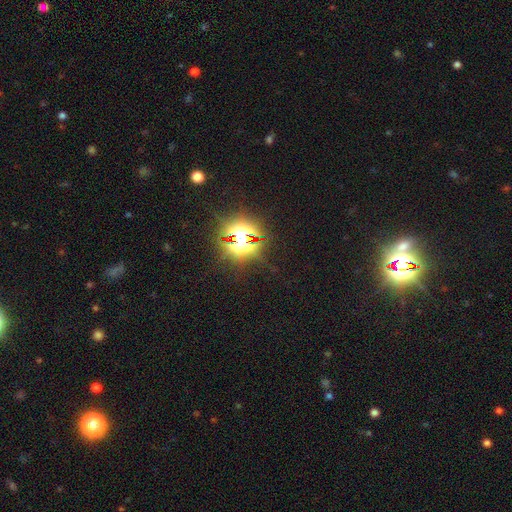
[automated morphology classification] star or artifact 83%, smooth 11%, featured or disk 7%.